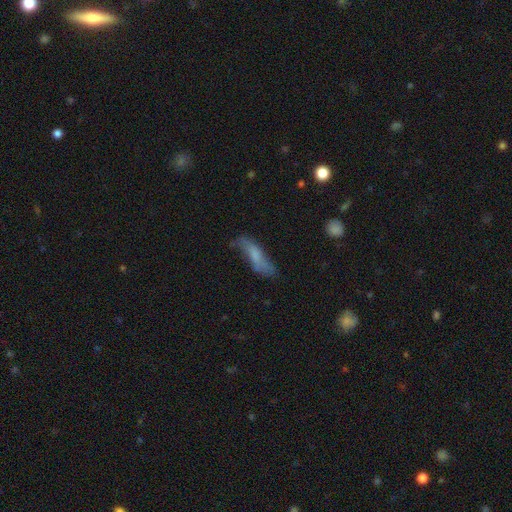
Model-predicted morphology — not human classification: This is possibly a smooth galaxy (57%). How rounded: likely cigar-shaped (62%). Merging: possibly none (52%).